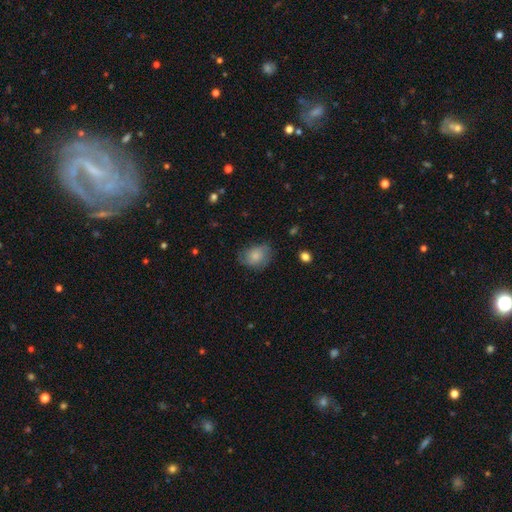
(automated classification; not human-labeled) Q: Smooth or featured?
A: smooth (71%); runner-up: featured or disk (22%)
Q: How rounded?
A: in between (57%); runner-up: round (42%)
Q: Merging?
A: none (62%); runner-up: minor disturbance (27%)